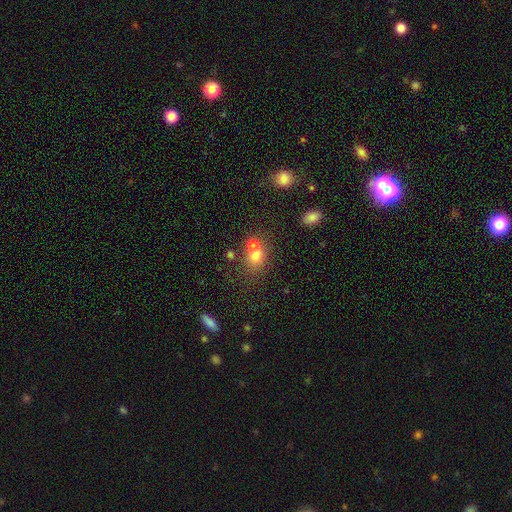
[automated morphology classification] smooth-or-featured: smooth: 69% | featured or disk: 16% | star or artifact: 15%
  how-rounded: round: 61% | in between: 38% | cigar-shaped: 1%
  merging: merger: 51% | none: 37% | minor disturbance: 9% | major disturbance: 4%